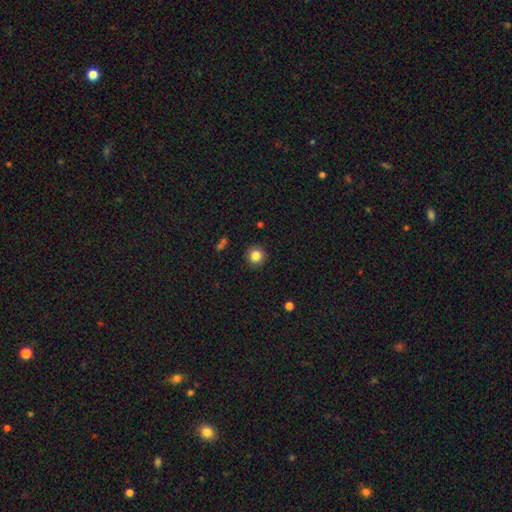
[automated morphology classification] smooth 84%, star or artifact 11%, featured or disk 5%. Down the decision tree: how rounded — round (93%); merging — none (91%).